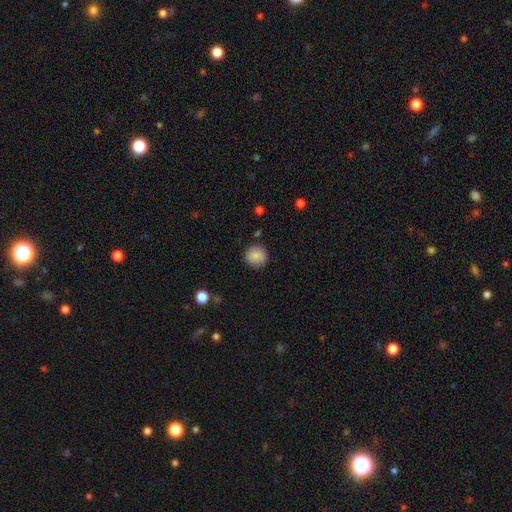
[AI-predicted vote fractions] Overall: smooth (87%). How rounded: round (93%). Merging: none (89%).